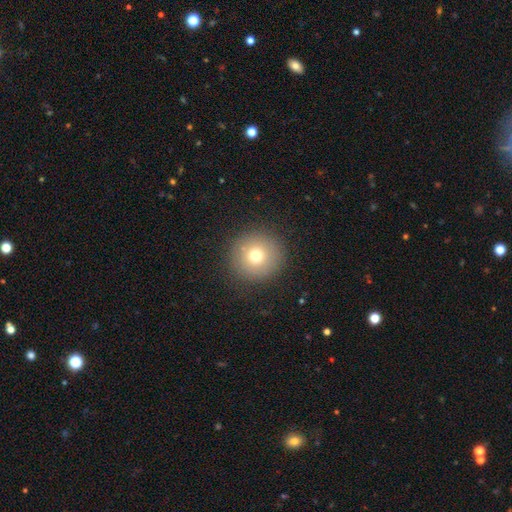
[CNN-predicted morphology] Smooth or featured? smooth (72%)
How rounded? round (95%)
Merging? none (89%)